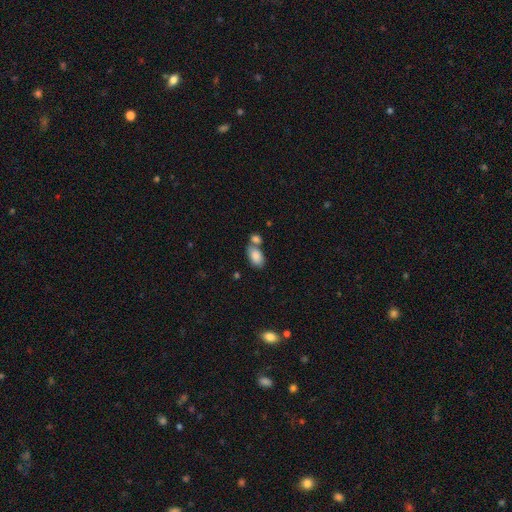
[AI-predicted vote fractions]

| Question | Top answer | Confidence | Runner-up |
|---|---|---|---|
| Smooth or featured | smooth | 85% | featured or disk (8%) |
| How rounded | in between | 92% | round (6%) |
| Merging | none | 45% | merger (39%) |